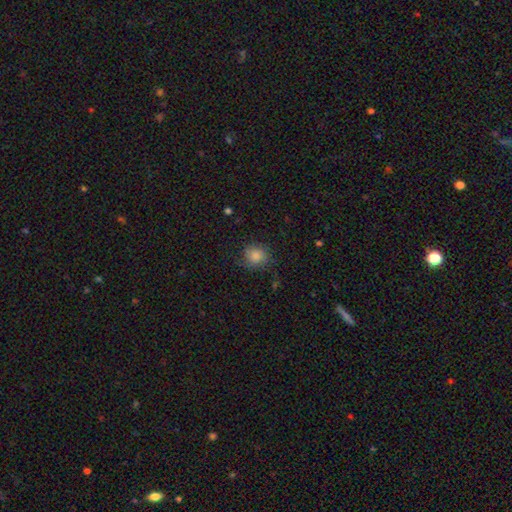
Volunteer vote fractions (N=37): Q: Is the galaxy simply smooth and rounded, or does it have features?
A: smooth — 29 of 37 (78%).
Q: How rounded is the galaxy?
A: round — 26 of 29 (90%).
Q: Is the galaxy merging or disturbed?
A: none — 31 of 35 (89%).